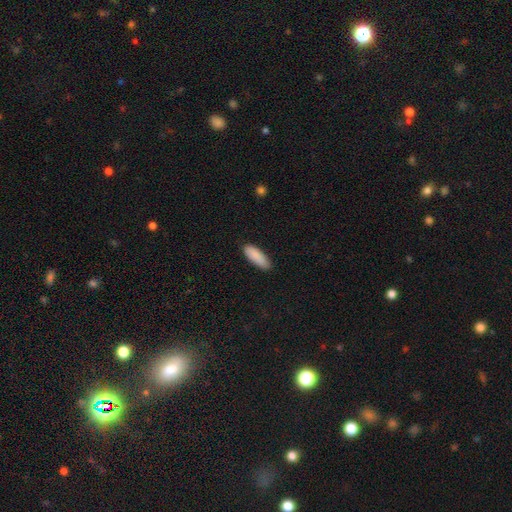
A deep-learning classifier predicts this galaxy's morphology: This appears to be a smooth galaxy with no disk features (89%) that is in between round and cigar-shaped (66%). Merging: none (84%).